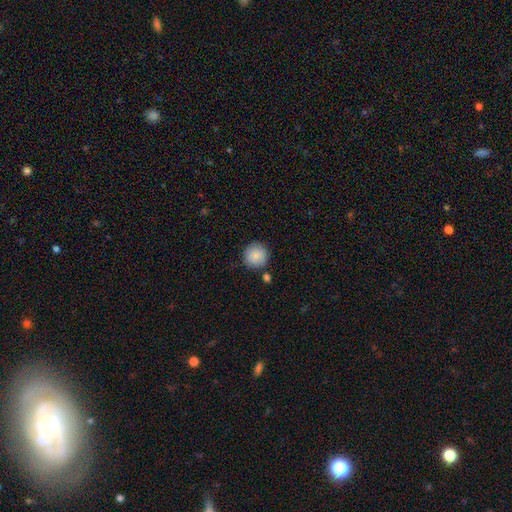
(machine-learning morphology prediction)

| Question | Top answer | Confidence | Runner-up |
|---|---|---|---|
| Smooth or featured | smooth | 87% | star or artifact (7%) |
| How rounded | round | 95% | in between (4%) |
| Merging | none | 84% | minor disturbance (9%) |